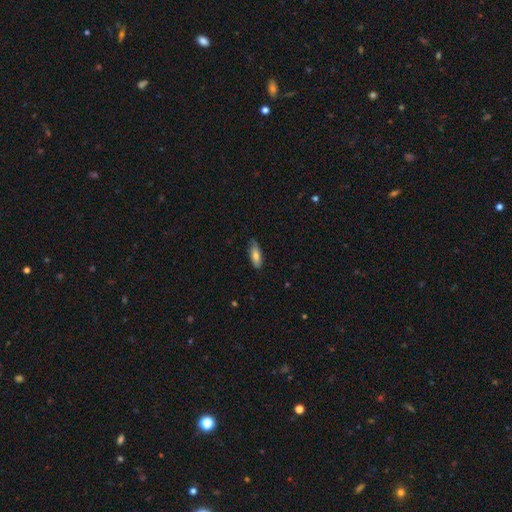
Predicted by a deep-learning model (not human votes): Smooth or featured? Predicted: smooth (p=0.75). How rounded? Predicted: in between (p=0.66). Merging? Predicted: none (p=0.76).